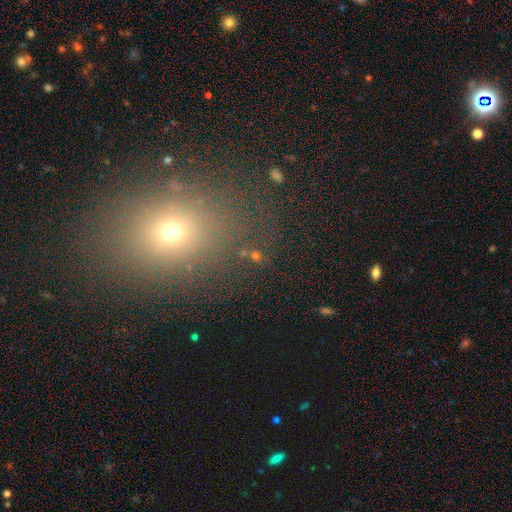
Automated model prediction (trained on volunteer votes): star or artifact 44%, smooth 43%, featured or disk 13%.